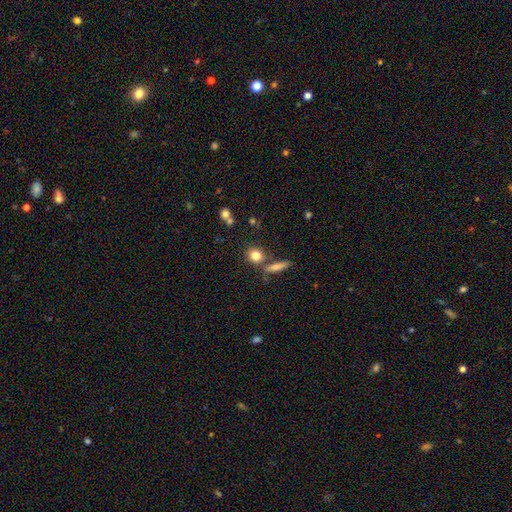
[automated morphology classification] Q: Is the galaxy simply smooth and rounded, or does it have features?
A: smooth — 81%.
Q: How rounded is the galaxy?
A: round — 76%.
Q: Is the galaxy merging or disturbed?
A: none — 71%.